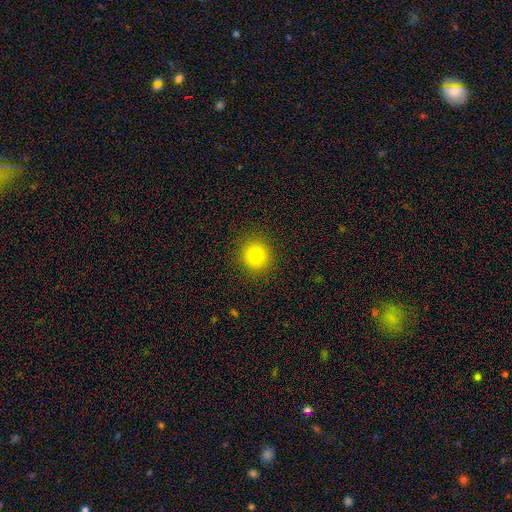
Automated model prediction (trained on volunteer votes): Smooth or featured?
  - smooth: 79% *
  - star or artifact: 13%
  - featured or disk: 8%
How rounded?
  - round: 90% *
  - in between: 9%
  - cigar-shaped: 1%
Merging?
  - none: 91% *
  - minor disturbance: 6%
  - major disturbance: 2%
  - merger: 1%